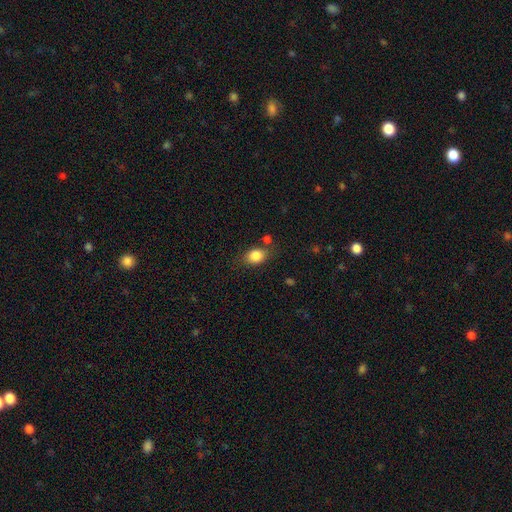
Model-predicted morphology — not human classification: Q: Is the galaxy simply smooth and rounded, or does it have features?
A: smooth — 85%.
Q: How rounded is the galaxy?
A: in between — 67%.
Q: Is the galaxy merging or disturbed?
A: none — 71%.